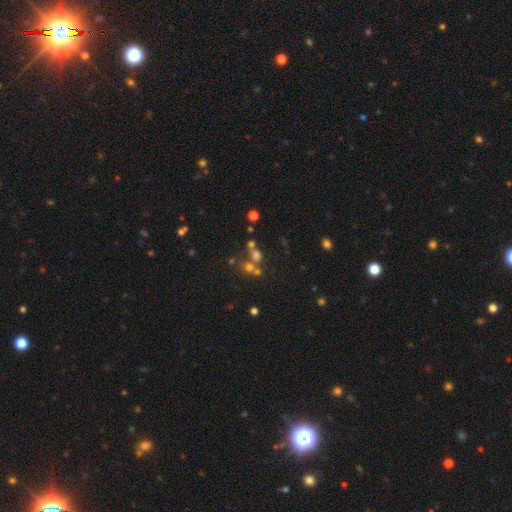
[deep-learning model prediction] smooth 51%, star or artifact 32%, featured or disk 17%. Down the decision tree: how rounded — round (81%); merging — none (49%).